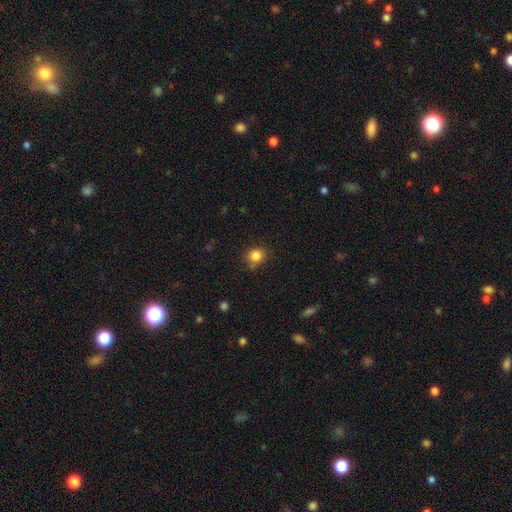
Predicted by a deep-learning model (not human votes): Q: Smooth or featured?
A: smooth (84%); runner-up: star or artifact (11%)
Q: How rounded?
A: round (83%); runner-up: in between (16%)
Q: Merging?
A: none (80%); runner-up: minor disturbance (13%)